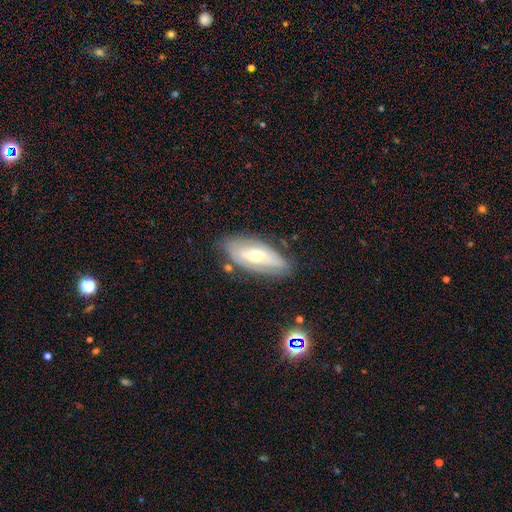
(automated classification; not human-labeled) featured or disk 65%, smooth 28%, star or artifact 7%. Down the decision tree: edge-on disk — no (84%); bar — no (48%); spiral arms — yes (65%); bulge size — moderate (56%); merging — none (74%).